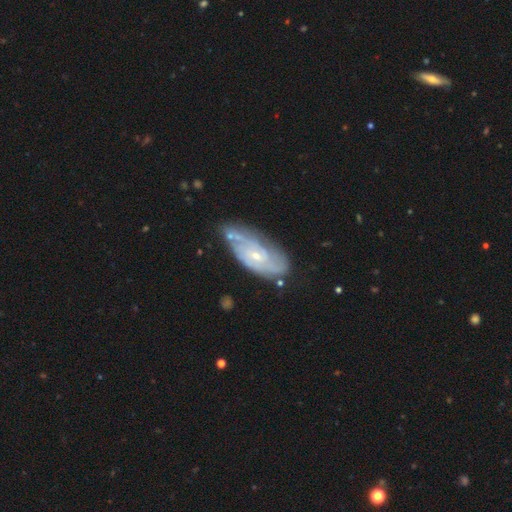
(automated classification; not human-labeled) smooth-or-featured: featured or disk: 81% | smooth: 14% | star or artifact: 6%
  disk-edge-on: no: 93% | yes: 7%
    bar: no: 67% | weak: 28% | strong: 5%
    has-spiral-arms: yes: 92% | no: 8%
      spiral-winding: tight: 57% | medium: 34% | loose: 9%
      spiral-arm-count: 2: 37% | can't tell: 33% | 3: 16% | 4: 6% | 1: 4% | more than 4: 4%
    bulge-size: small: 71% | moderate: 26% | none: 2% | large: 1% | dominant: 1%
  merging: none: 61% | minor disturbance: 26% | major disturbance: 8% | merger: 6%